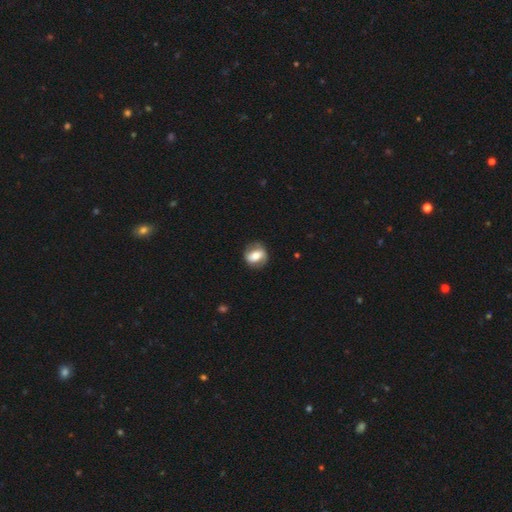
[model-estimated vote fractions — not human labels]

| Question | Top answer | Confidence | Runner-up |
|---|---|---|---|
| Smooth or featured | smooth | 48% | featured or disk (45%) |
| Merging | none | 79% | minor disturbance (14%) |